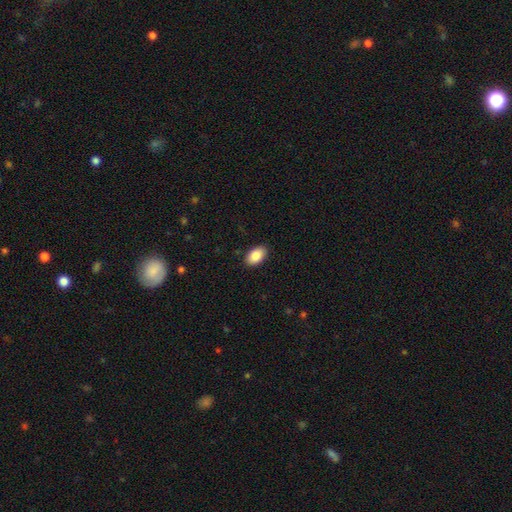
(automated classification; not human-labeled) A smooth galaxy with no disk features (88%) that is in between round and cigar-shaped (93%).

Vote fractions:
- Smooth or featured? smooth: 88% / star or artifact: 7% / featured or disk: 6%
- How rounded? in between: 93% / round: 6% / cigar-shaped: 1%
- Merging? none: 89% / minor disturbance: 8% / major disturbance: 2% / merger: 1%